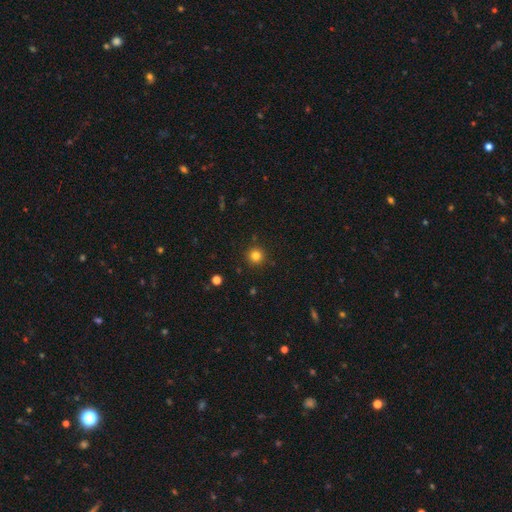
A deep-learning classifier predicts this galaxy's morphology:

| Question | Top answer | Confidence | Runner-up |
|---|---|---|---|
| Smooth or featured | smooth | 81% | star or artifact (14%) |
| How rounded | round | 96% | in between (3%) |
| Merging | none | 92% | minor disturbance (5%) |